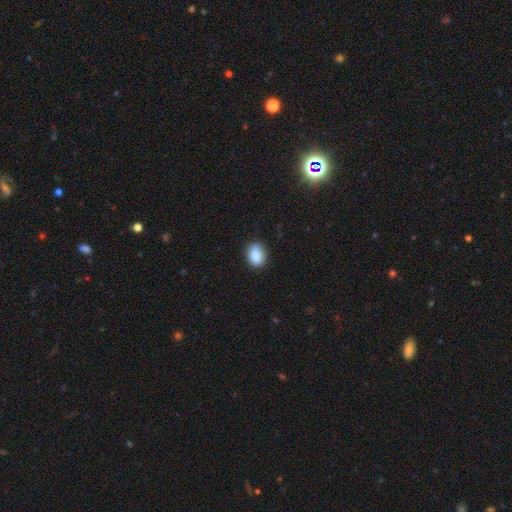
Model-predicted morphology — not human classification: Q: Smooth or featured?
A: smooth (86%); runner-up: star or artifact (8%)
Q: How rounded?
A: in between (76%); runner-up: round (22%)
Q: Merging?
A: none (74%); runner-up: minor disturbance (20%)